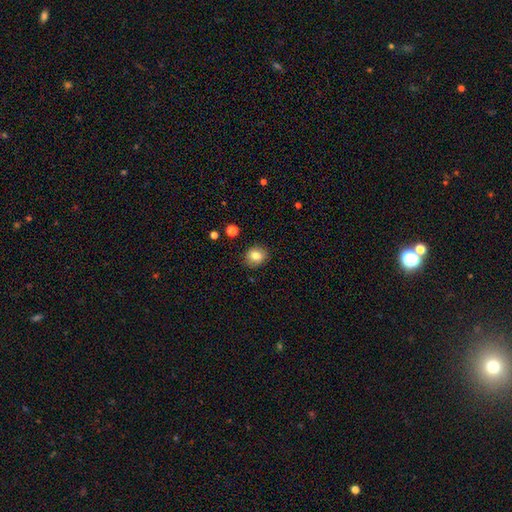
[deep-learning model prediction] Overall: smooth (80%). How rounded: round (66%; in between 33%). Merging: none (87%).